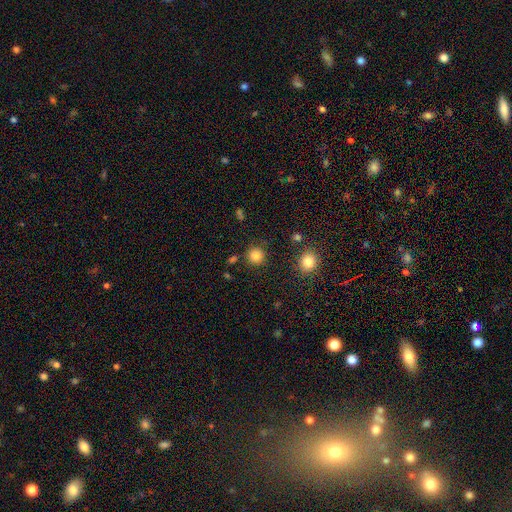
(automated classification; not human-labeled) A smooth galaxy with no disk features (84%) that is round (94%).

Vote fractions:
- Smooth or featured? smooth: 84% / star or artifact: 12% / featured or disk: 4%
- How rounded? round: 94% / in between: 5% / cigar-shaped: 1%
- Merging? none: 87% / minor disturbance: 7% / merger: 3% / major disturbance: 3%